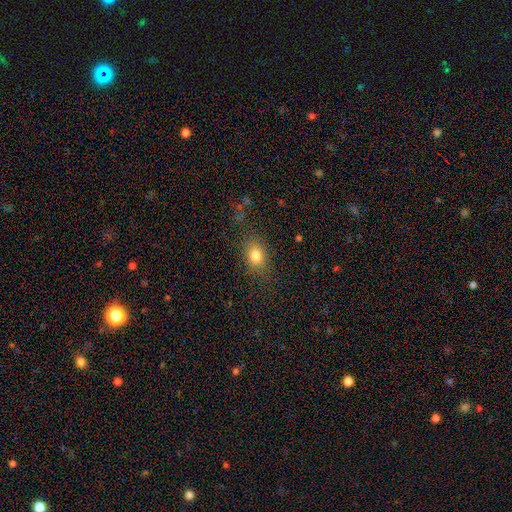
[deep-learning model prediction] Q: Smooth or featured?
A: smooth (80%); runner-up: star or artifact (10%)
Q: How rounded?
A: in between (75%); runner-up: round (22%)
Q: Merging?
A: none (81%); runner-up: minor disturbance (13%)